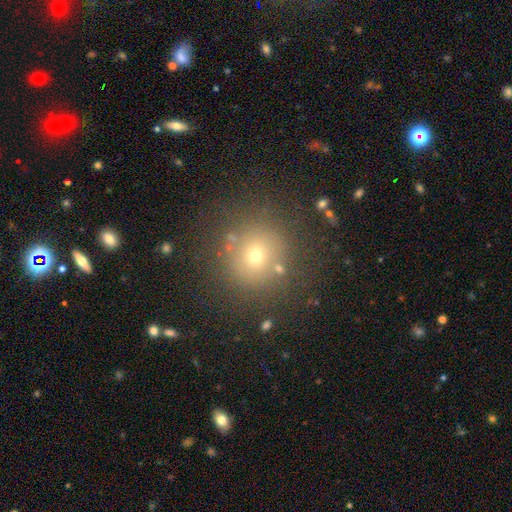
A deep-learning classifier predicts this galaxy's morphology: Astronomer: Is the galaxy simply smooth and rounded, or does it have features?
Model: smooth — 65%.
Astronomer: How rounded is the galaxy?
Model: round — 91%.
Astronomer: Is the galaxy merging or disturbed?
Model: none — 81%.